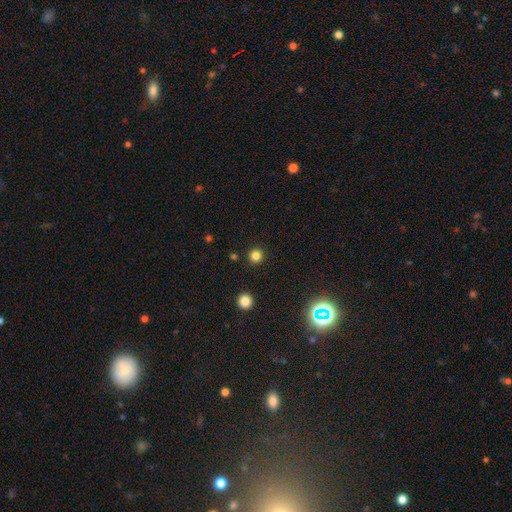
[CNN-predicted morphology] smooth_or_featured: smooth (p=0.80) [alt: star or artifact p=0.16]
how_rounded: round (p=0.95) [alt: in between p=0.04]
merging: none (p=0.92) [alt: minor disturbance p=0.05]